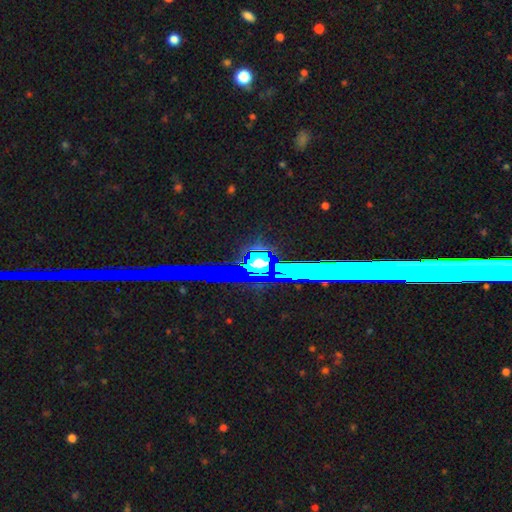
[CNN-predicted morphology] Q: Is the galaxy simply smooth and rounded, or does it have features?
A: star or artifact — 46%.